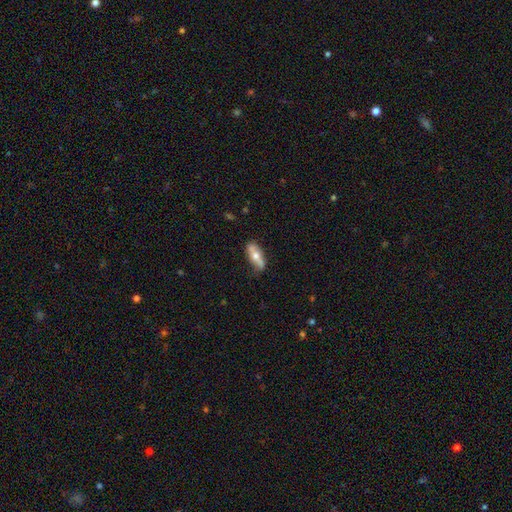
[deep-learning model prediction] This appears to be a smooth galaxy with no disk features (52%) that is in between round and cigar-shaped (67%). Merging: none (68%).